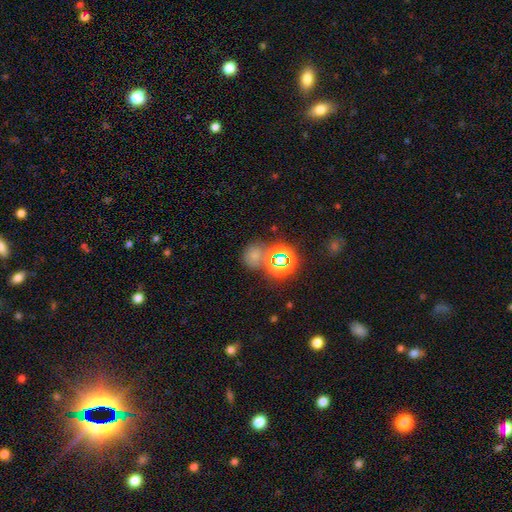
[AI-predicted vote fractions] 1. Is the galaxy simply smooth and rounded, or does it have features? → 55% smooth, 37% star or artifact, 8% featured or disk.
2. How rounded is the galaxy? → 79% round, 19% in between, 1% cigar-shaped.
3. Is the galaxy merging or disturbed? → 61% none, 23% merger, 11% minor disturbance, 5% major disturbance.